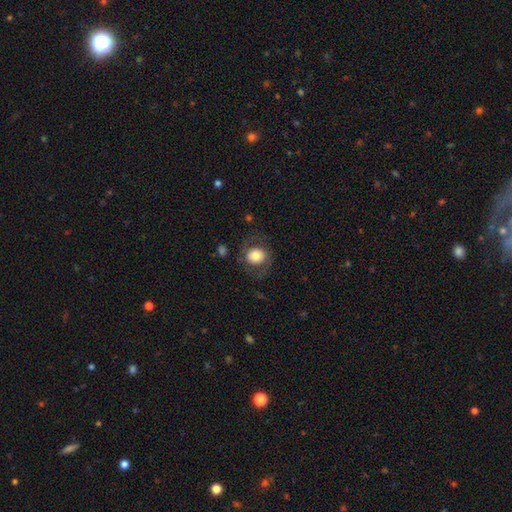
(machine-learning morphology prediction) This appears to be a smooth galaxy with no disk features (58%) that is round (78%). Merging: none (71%).